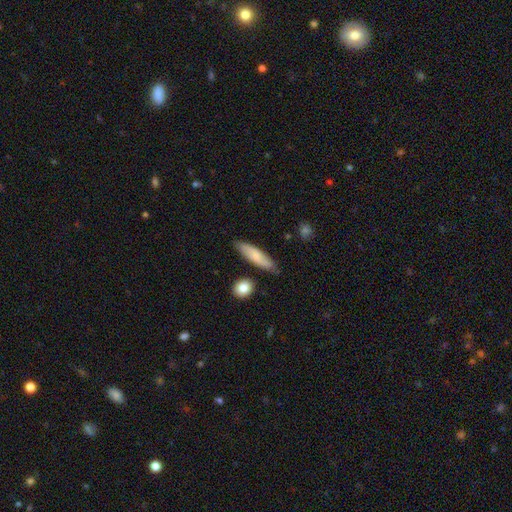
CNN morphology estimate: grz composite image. It shows a smooth galaxy with no disk features (72%) that is cigar-shaped (68%). Merging: none (79%).